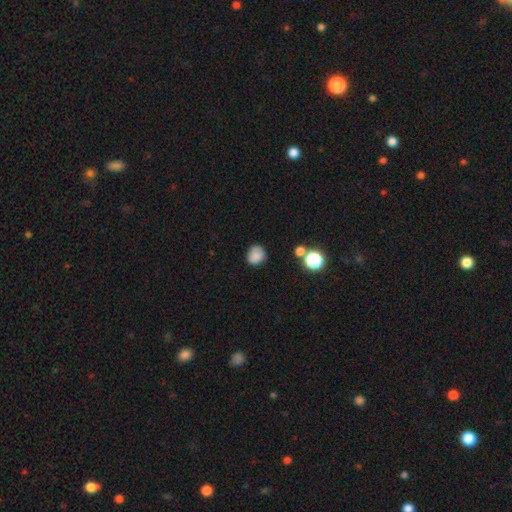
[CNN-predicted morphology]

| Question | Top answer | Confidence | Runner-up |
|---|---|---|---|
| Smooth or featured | smooth | 83% | star or artifact (11%) |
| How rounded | round | 70% | in between (29%) |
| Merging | none | 76% | minor disturbance (16%) |